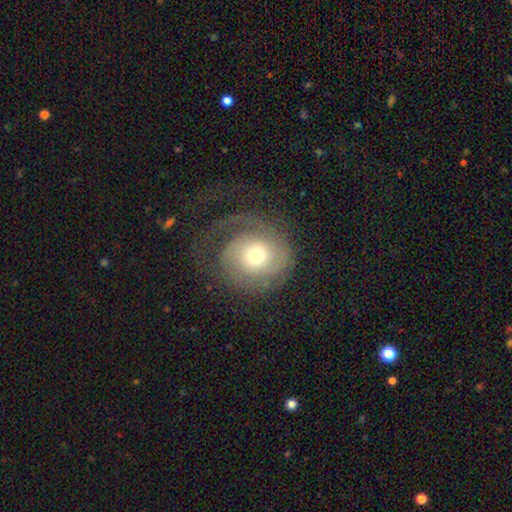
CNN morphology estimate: Smooth or featured? featured or disk (66%)
Edge-on disk? no (97%)
Bar? no (78%)
Spiral arms? yes (87%)
Spiral winding? tight (47%)
Spiral arm count? 1 (45%)
Bulge size? moderate (62%)
Merging? none (55%)